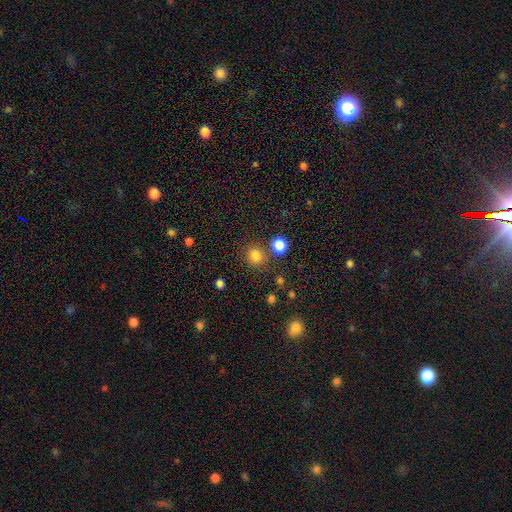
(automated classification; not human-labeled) smooth 81%, star or artifact 14%, featured or disk 5%. Down the decision tree: how rounded — round (87%); merging — none (78%).